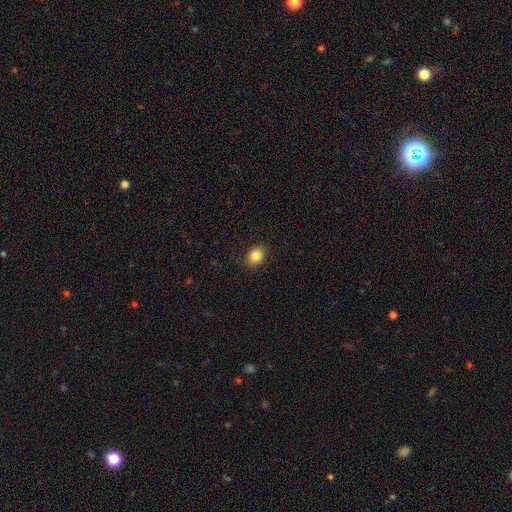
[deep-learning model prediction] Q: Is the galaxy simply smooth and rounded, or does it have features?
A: smooth — 85%.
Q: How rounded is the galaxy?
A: round — 50%.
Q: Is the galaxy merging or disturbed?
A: none — 88%.